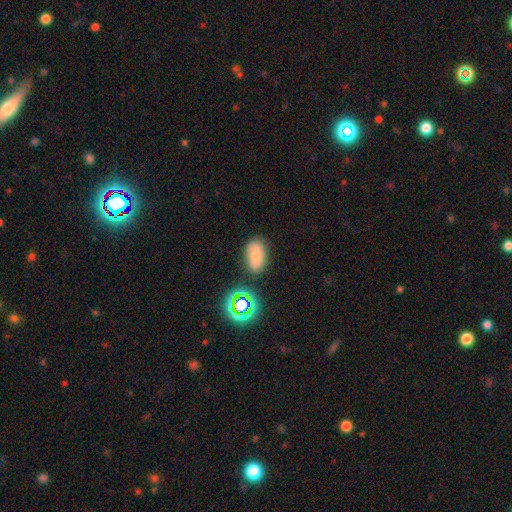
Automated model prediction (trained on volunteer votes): Morphology: type=smooth (73%); roundness=in between (89%); merging=none (77%).